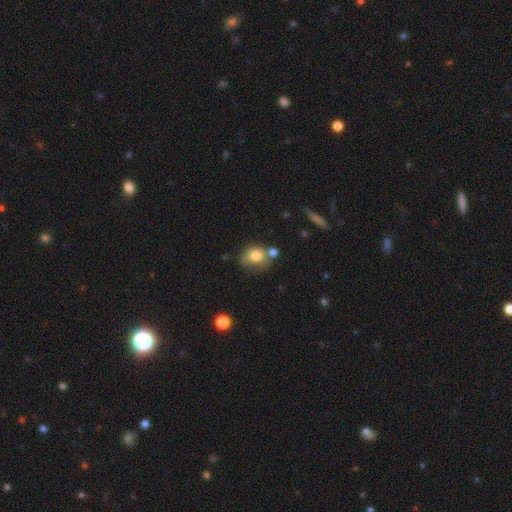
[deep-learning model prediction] Smooth or featured? Predicted: smooth (p=0.77). How rounded? Predicted: round (p=0.58). Merging? Predicted: none (p=0.44).